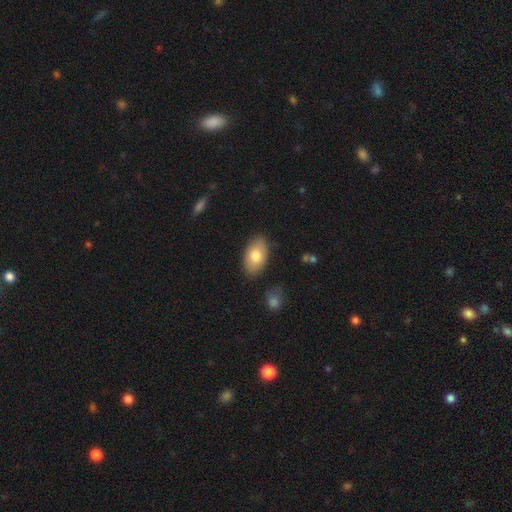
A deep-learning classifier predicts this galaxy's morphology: A smooth galaxy with no disk features (77%) that is in between round and cigar-shaped (93%).

Vote fractions:
- Smooth or featured? smooth: 77% / featured or disk: 17% / star or artifact: 6%
- How rounded? in between: 93% / round: 6% / cigar-shaped: 1%
- Merging? none: 85% / minor disturbance: 11% / major disturbance: 2% / merger: 2%